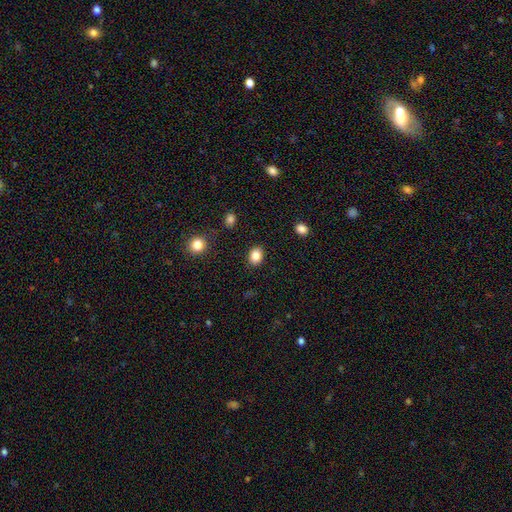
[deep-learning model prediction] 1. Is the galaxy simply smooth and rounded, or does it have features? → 86% smooth, 9% star or artifact, 5% featured or disk.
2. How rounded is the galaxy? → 57% in between, 42% round, 1% cigar-shaped.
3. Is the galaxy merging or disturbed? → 88% none, 8% minor disturbance, 2% major disturbance, 1% merger.